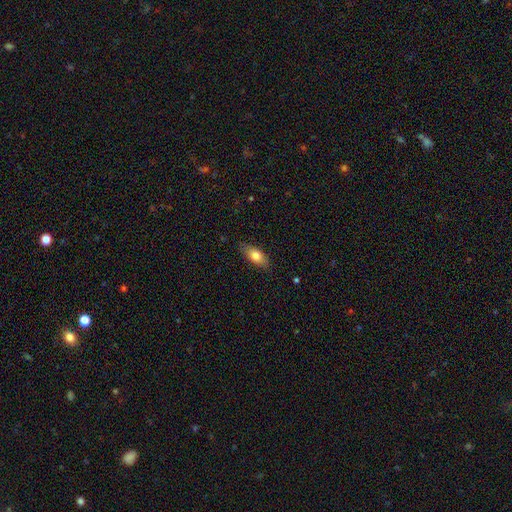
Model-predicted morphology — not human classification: smooth 76%, featured or disk 17%, star or artifact 7%. Down the decision tree: how rounded — in between (82%); merging — none (83%).